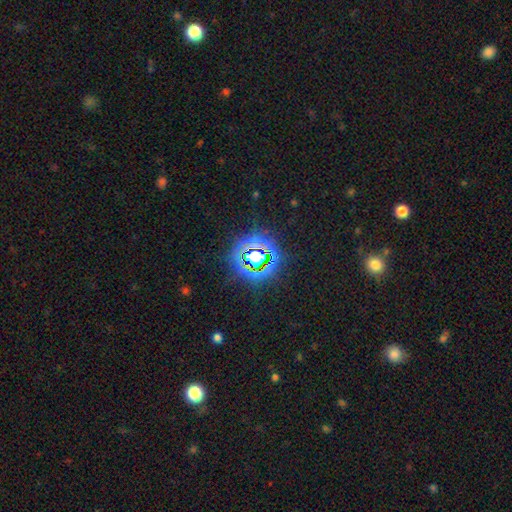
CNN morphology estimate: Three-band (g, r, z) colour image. It shows a star or artifact, not a galaxy (79%).